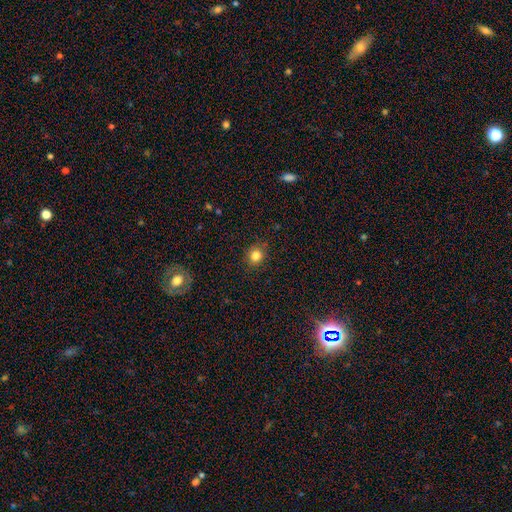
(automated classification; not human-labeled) Smooth or featured: smooth — 83% (star or artifact — 12%)
How rounded: round — 78% (in between — 21%)
Merging: none — 88% (minor disturbance — 9%)